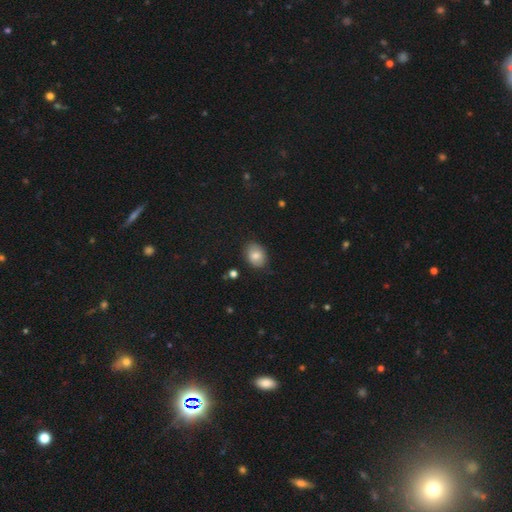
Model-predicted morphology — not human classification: Overall: smooth (80%). How rounded: in between (64%; round 35%). Merging: none (81%).